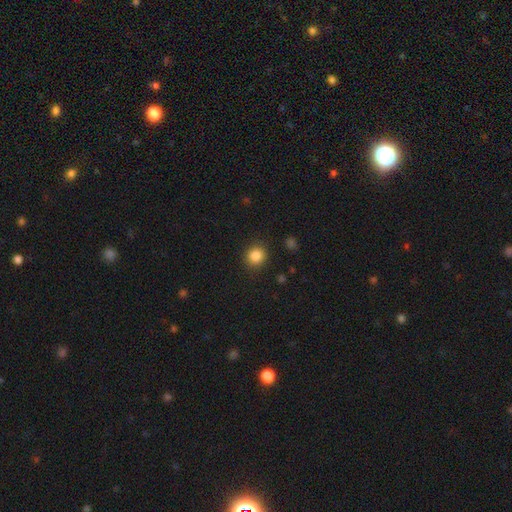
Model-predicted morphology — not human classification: Q: Smooth or featured?
A: smooth (85%); runner-up: star or artifact (11%)
Q: How rounded?
A: round (86%); runner-up: in between (13%)
Q: Merging?
A: none (89%); runner-up: minor disturbance (7%)